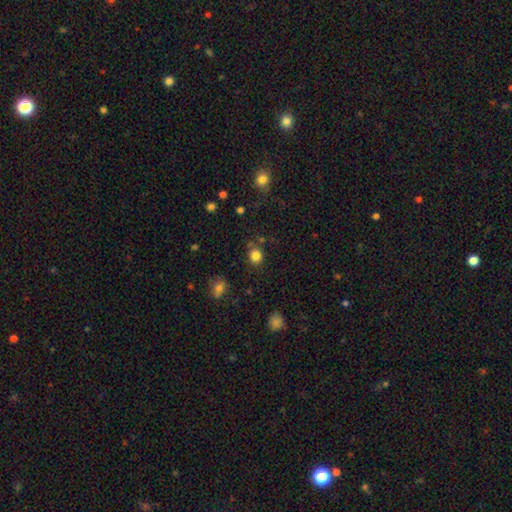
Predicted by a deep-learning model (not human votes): Smooth or featured? smooth (82%)
How rounded? round (72%)
Merging? none (76%)